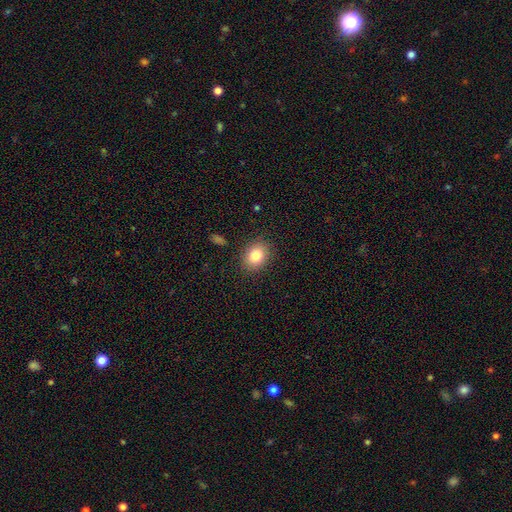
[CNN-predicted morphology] smooth_or_featured: smooth (p=0.82) [alt: star or artifact p=0.10]
how_rounded: in between (p=0.50) [alt: round p=0.49]
merging: none (p=0.87) [alt: minor disturbance p=0.09]